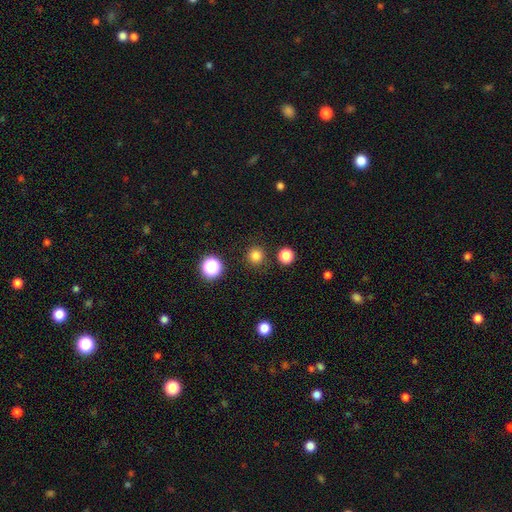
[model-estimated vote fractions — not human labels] Smooth or featured? smooth (81%)
How rounded? round (95%)
Merging? none (89%)